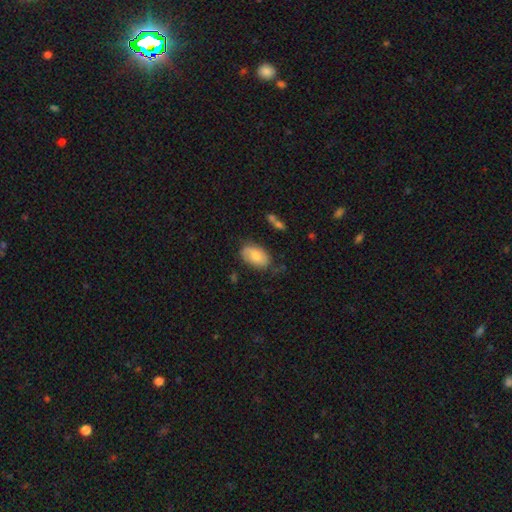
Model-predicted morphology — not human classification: The model was most divided on "smooth or featured": smooth: 63%, featured or disk: 30%, star or artifact: 7%. More confident: how rounded — in between (91%); merging — none (63%).